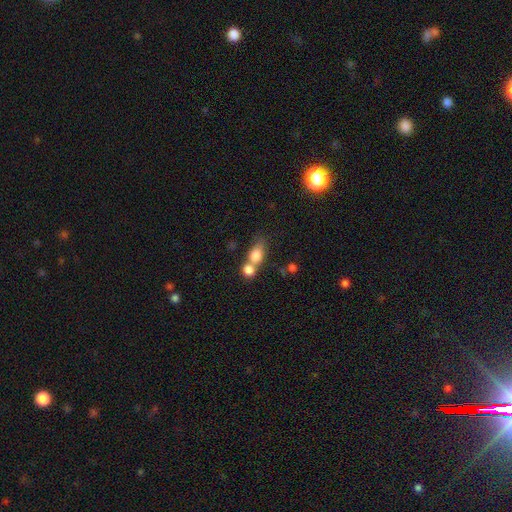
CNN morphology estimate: A smooth galaxy with no disk features (78%) that is in between round and cigar-shaped (55%). Merging: merger (60%).